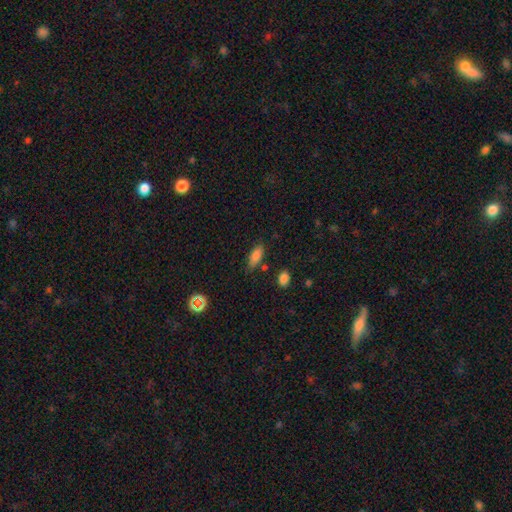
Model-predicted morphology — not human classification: Smooth or featured? smooth (83%)
How rounded? in between (75%)
Merging? none (75%)